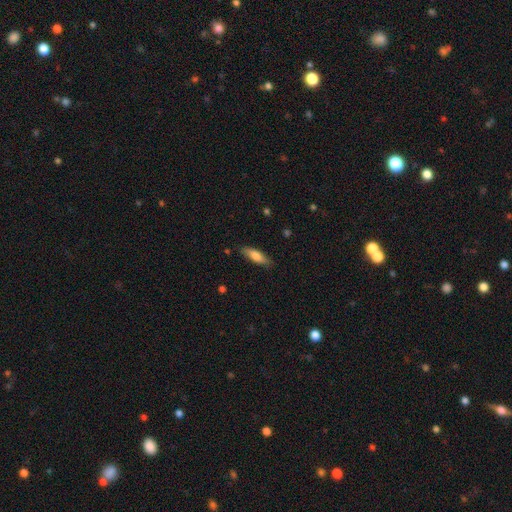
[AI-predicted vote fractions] Smooth or featured? smooth (74%)
How rounded? cigar-shaped (51%)
Merging? none (82%)